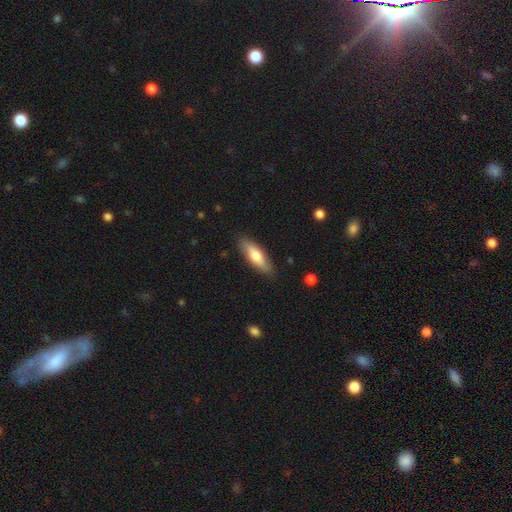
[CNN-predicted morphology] This appears to be a smooth galaxy with no disk features (69%) that is in between round and cigar-shaped (53%). Merging: none (85%).